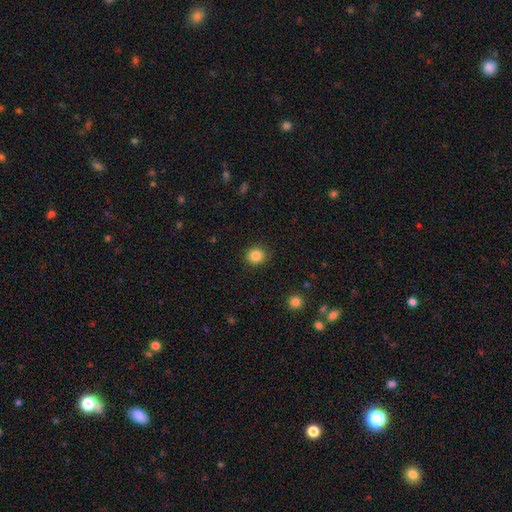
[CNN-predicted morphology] smooth_or_featured: smooth (p=0.85) [alt: star or artifact p=0.11]
how_rounded: round (p=0.86) [alt: in between p=0.13]
merging: none (p=0.90) [alt: minor disturbance p=0.06]